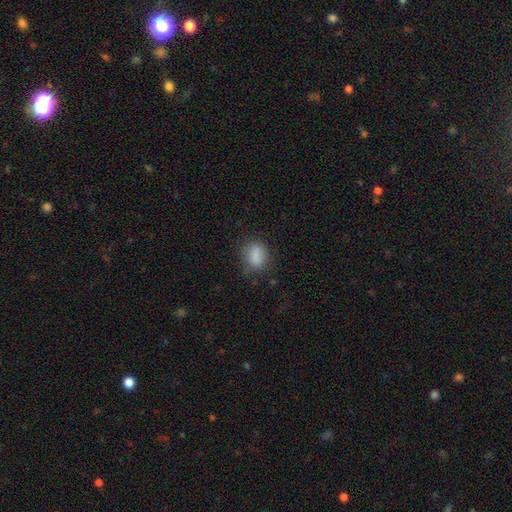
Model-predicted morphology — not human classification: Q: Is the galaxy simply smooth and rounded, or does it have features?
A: smooth — 83%.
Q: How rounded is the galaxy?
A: in between — 61%.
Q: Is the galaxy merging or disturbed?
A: none — 69%.